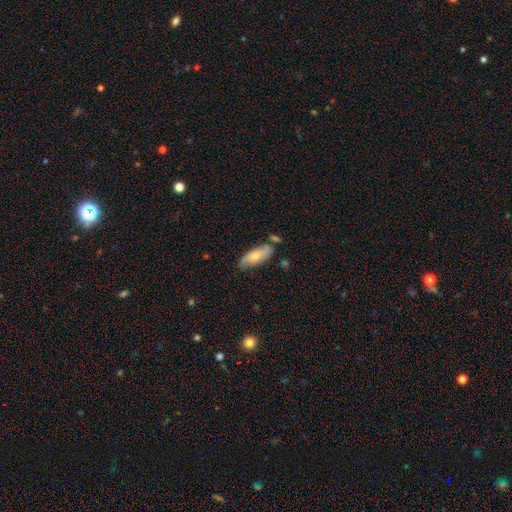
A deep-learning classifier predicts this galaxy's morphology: The model was most divided on "smooth or featured": smooth: 65%, featured or disk: 29%, star or artifact: 6%. More confident: how rounded — in between (73%); merging — none (64%).